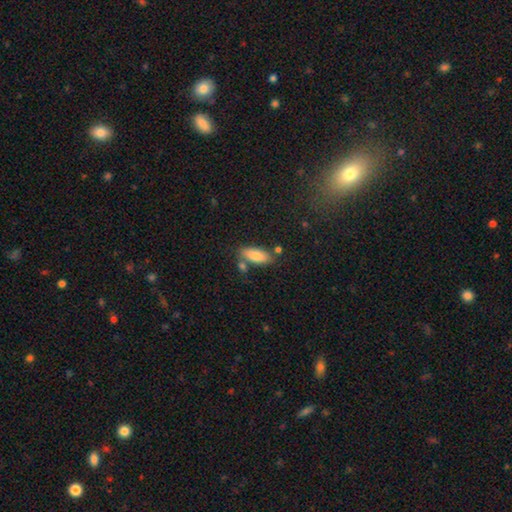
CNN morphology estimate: type=smooth (83%); roundness=in between (76%); merging=none (69%).